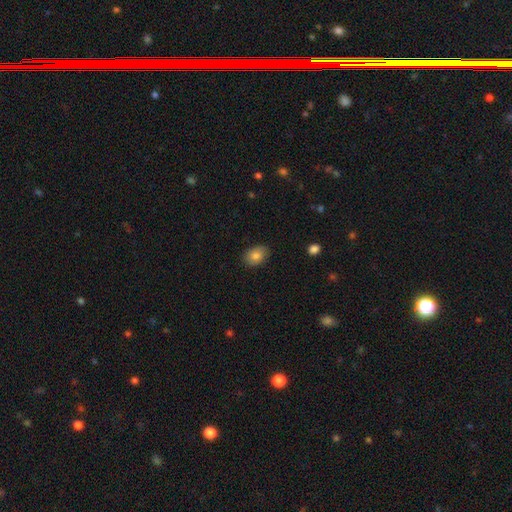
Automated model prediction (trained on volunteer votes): smooth 83%, featured or disk 9%, star or artifact 8%. Down the decision tree: how rounded — in between (79%); merging — none (85%).